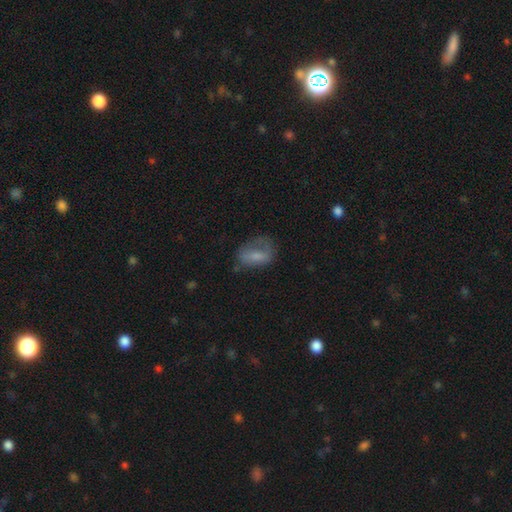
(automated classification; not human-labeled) Smooth or featured? smooth (62%)
How rounded? in between (82%)
Merging? none (41%)